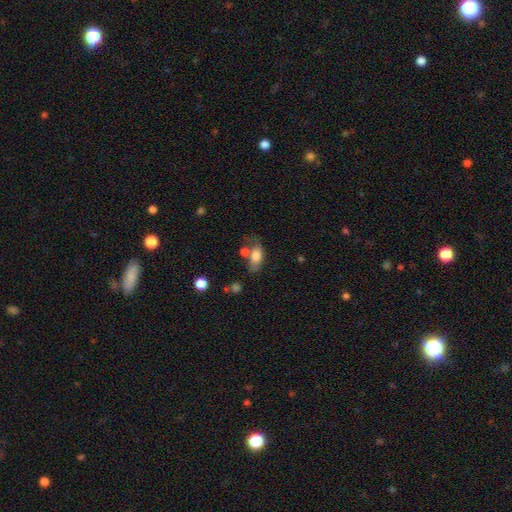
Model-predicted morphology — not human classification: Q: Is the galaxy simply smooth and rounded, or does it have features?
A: smooth — 76%.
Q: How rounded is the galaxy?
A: in between — 86%.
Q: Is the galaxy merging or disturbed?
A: none — 43%.